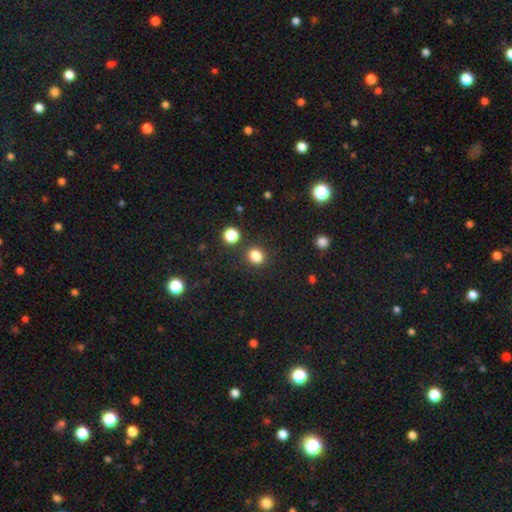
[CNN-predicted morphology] Smooth or featured: smooth — 84% (star or artifact — 12%)
How rounded: round — 64% (in between — 35%)
Merging: none — 85% (minor disturbance — 8%)